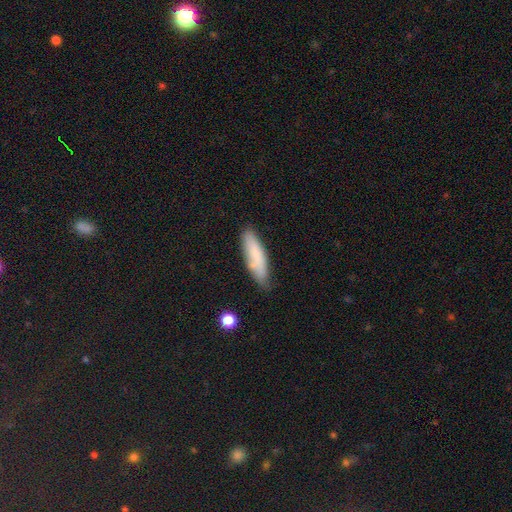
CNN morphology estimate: Smooth or featured?
  - smooth: 79% *
  - featured or disk: 14%
  - star or artifact: 7%
How rounded?
  - cigar-shaped: 58% *
  - in between: 40%
  - round: 2%
Merging?
  - none: 68% *
  - minor disturbance: 25%
  - major disturbance: 4%
  - merger: 3%